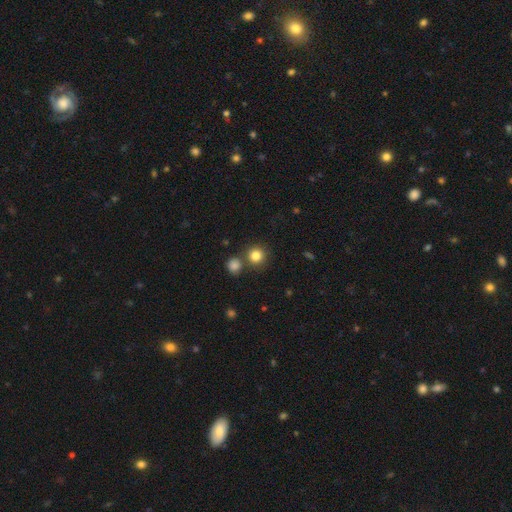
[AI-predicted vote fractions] Smooth or featured? smooth (83%)
How rounded? round (92%)
Merging? none (73%)